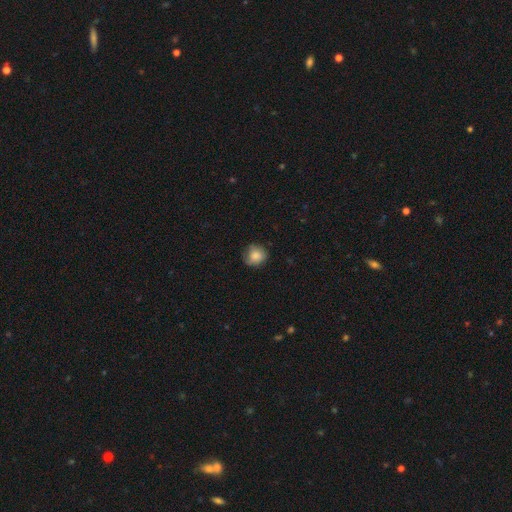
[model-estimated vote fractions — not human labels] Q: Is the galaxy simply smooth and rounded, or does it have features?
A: smooth — 82%.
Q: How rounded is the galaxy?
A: round — 85%.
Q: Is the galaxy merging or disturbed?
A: none — 72%.